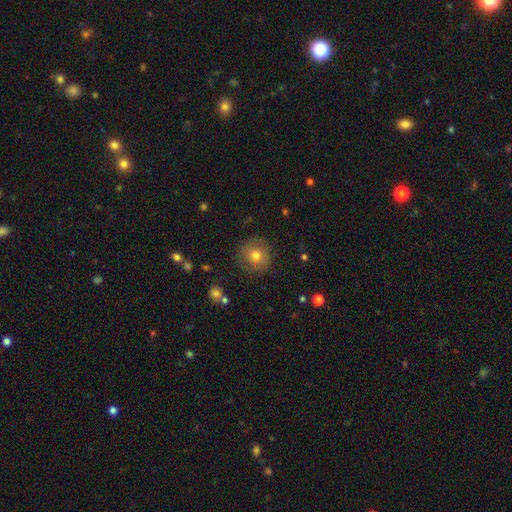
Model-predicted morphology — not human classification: The model was most divided on "smooth or featured": smooth: 64%, featured or disk: 27%, star or artifact: 10%. More confident: how rounded — round (91%); merging — none (83%).